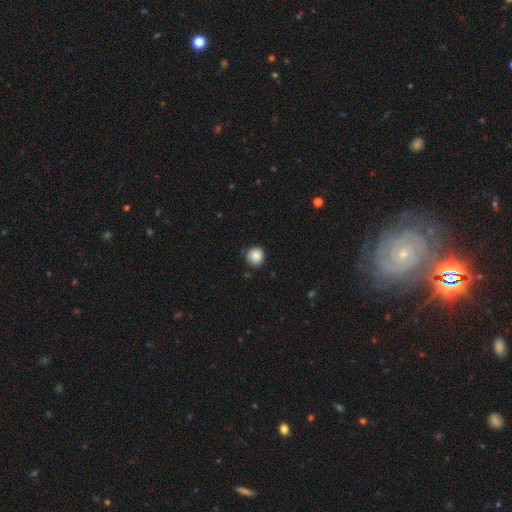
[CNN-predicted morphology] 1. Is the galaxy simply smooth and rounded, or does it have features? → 85% smooth, 8% star or artifact, 6% featured or disk.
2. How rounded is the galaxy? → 91% round, 8% in between, 1% cigar-shaped.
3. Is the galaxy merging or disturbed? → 80% none, 16% minor disturbance, 3% major disturbance, 1% merger.